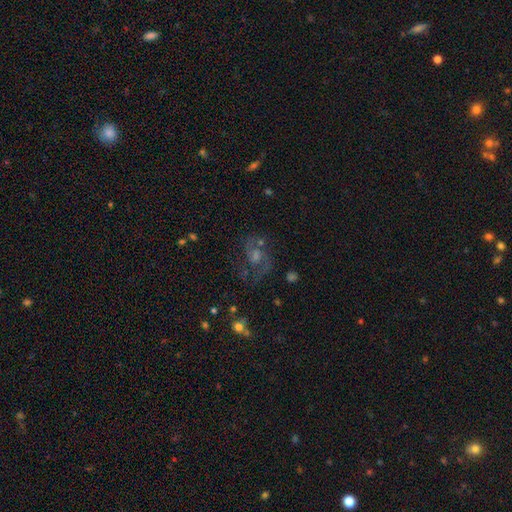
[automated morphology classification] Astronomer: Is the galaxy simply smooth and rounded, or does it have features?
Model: featured or disk — 67%.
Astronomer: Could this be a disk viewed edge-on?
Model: no — 97%.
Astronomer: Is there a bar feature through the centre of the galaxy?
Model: no — 54% (runner-up: weak, 37%).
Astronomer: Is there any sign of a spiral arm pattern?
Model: yes — 89%.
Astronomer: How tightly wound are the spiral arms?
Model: medium — 52% (runner-up: loose, 32%).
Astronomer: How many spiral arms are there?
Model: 2 — 82%.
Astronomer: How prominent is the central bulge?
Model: moderate — 41% (runner-up: small, 33%).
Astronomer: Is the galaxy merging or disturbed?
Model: none — 65%.